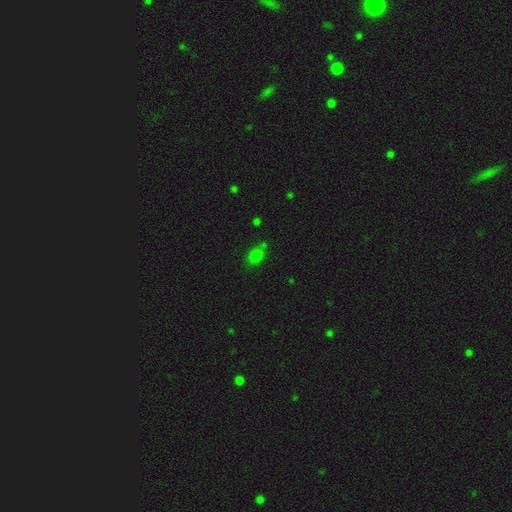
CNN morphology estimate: This is likely a smooth galaxy (74%). How rounded: likely in between (76%). Merging: likely none (63%).